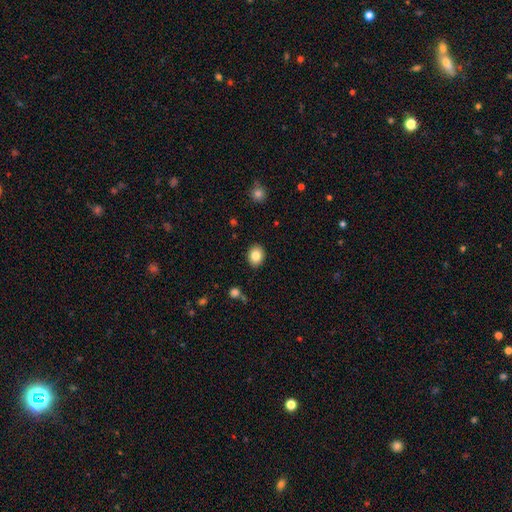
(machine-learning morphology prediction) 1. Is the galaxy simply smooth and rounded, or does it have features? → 84% smooth, 9% star or artifact, 7% featured or disk.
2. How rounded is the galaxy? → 51% round, 48% in between, 1% cigar-shaped.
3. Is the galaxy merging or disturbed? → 90% none, 7% minor disturbance, 2% major disturbance, 1% merger.